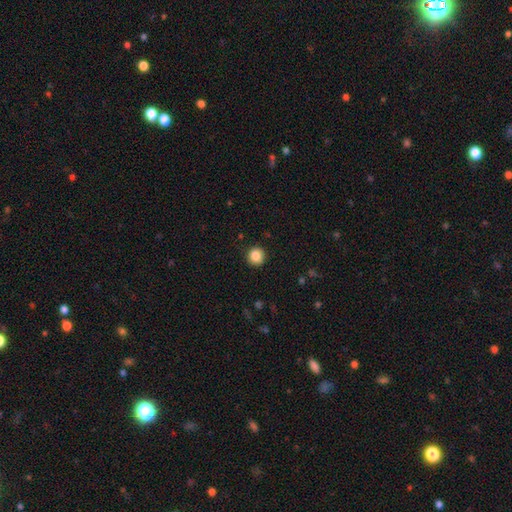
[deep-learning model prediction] smooth-or-featured: smooth: 85% | star or artifact: 10% | featured or disk: 5%
  how-rounded: round: 91% | in between: 8% | cigar-shaped: 1%
  merging: none: 90% | minor disturbance: 7% | major disturbance: 2% | merger: 1%